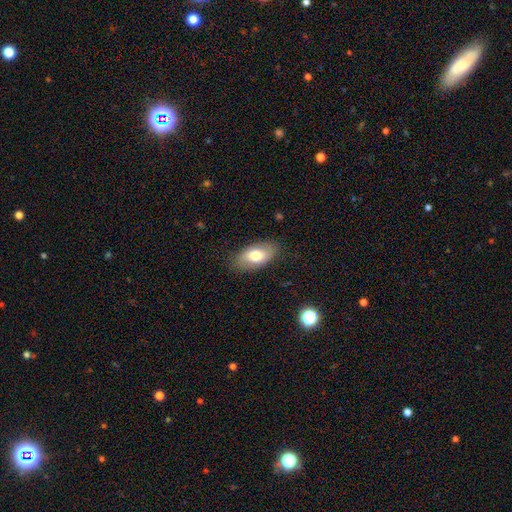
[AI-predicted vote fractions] Smooth or featured: smooth — 71% (featured or disk — 23%)
How rounded: in between — 93% (round — 4%)
Merging: none — 82% (minor disturbance — 13%)